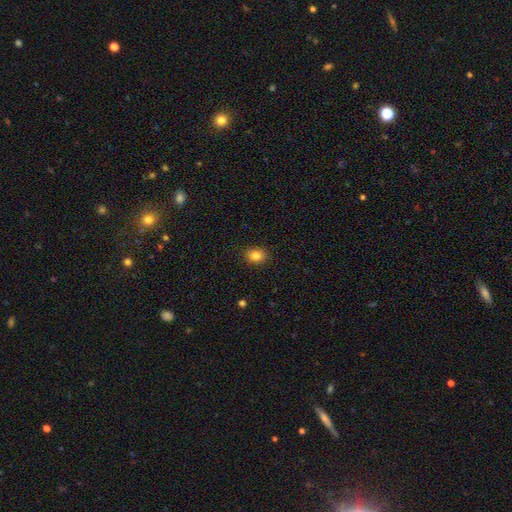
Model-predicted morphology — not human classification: Overall: smooth (84%). How rounded: in between (53%; round 46%). Merging: none (89%).